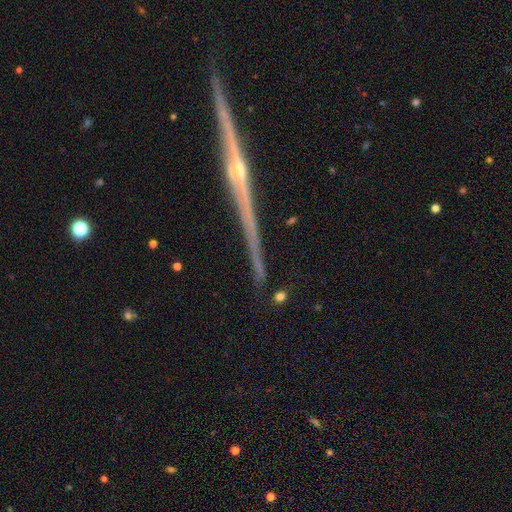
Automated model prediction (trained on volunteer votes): Overall: featured or disk (87%). Edge-on disk: yes (98%). Edge-on bulge: rounded (84%). Merging: none (91%).